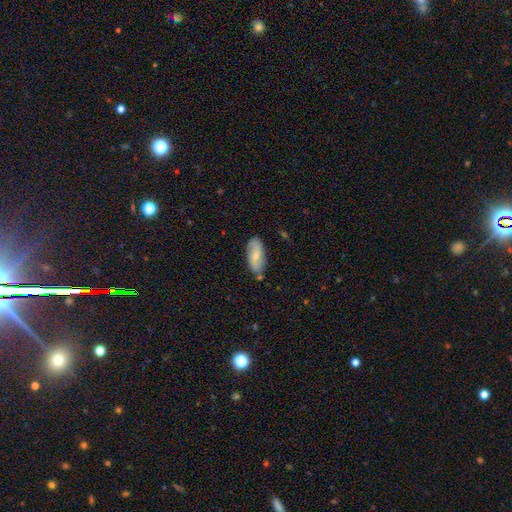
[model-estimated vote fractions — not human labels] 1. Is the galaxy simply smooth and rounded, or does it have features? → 60% smooth, 34% featured or disk, 7% star or artifact.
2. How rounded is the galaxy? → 86% in between, 11% cigar-shaped, 3% round.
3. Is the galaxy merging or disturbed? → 75% none, 18% minor disturbance, 4% merger, 3% major disturbance.